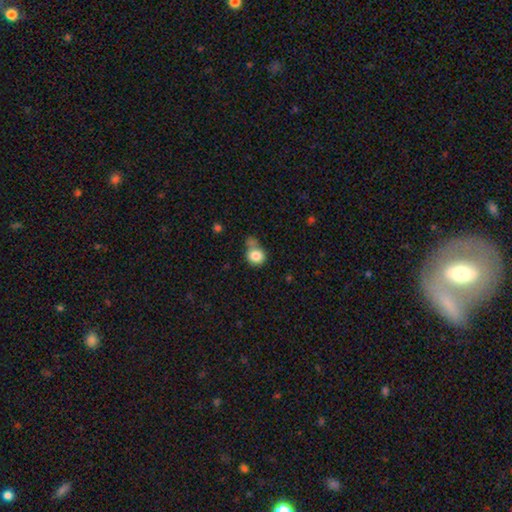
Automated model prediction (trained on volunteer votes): Smooth or featured? smooth (83%)
How rounded? round (77%)
Merging? none (44%)